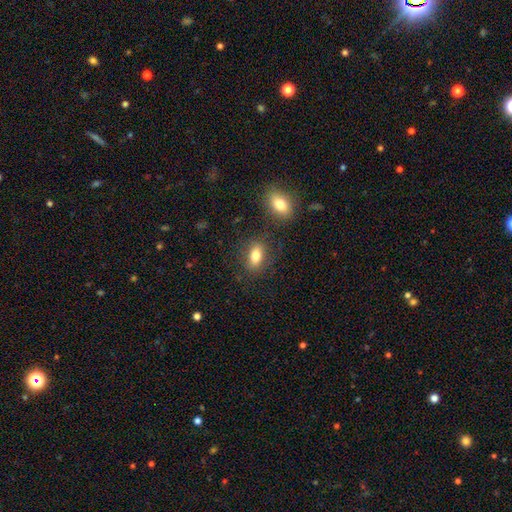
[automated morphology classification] A smooth galaxy with no disk features (81%) that is in between round and cigar-shaped (85%). Merging: none (80%).